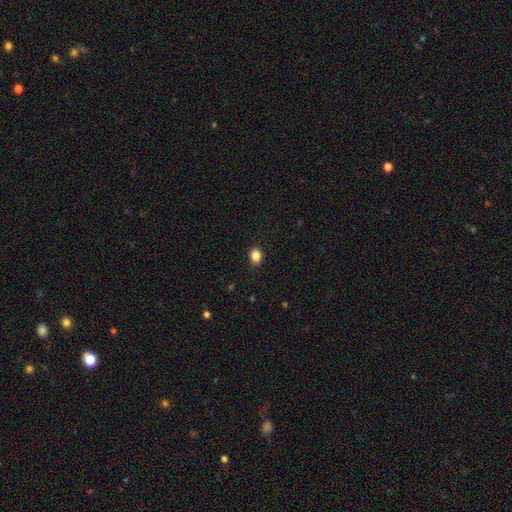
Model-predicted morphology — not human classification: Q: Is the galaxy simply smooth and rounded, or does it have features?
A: smooth — 86%.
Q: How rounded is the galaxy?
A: in between — 56%.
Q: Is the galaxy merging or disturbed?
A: none — 89%.